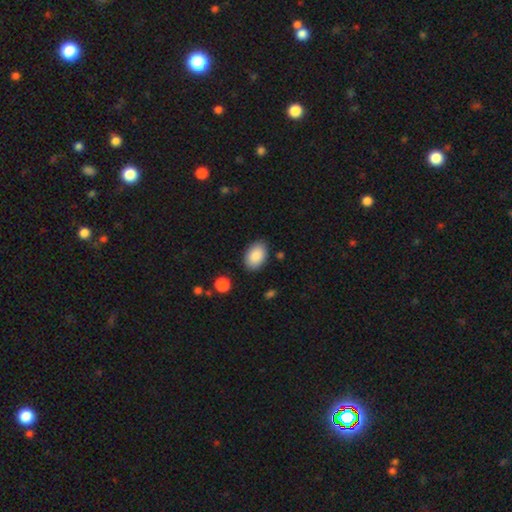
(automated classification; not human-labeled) smooth-or-featured: smooth: 89% | star or artifact: 6% | featured or disk: 5%
  how-rounded: in between: 91% | round: 8% | cigar-shaped: 1%
  merging: none: 85% | minor disturbance: 10% | major disturbance: 3% | merger: 2%